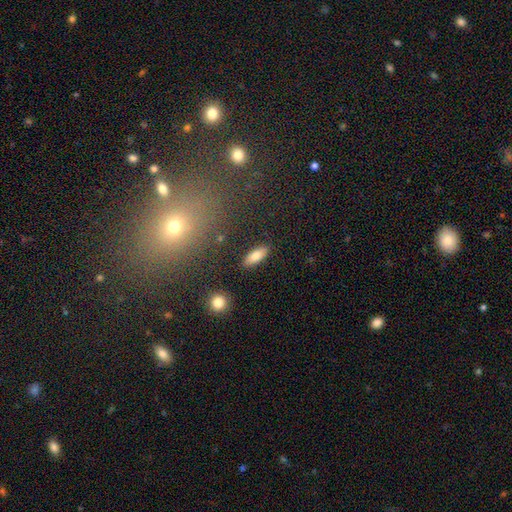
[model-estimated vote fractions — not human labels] Q: Smooth or featured?
A: smooth (79%); runner-up: featured or disk (13%)
Q: How rounded?
A: in between (77%); runner-up: cigar-shaped (20%)
Q: Merging?
A: none (87%); runner-up: minor disturbance (9%)